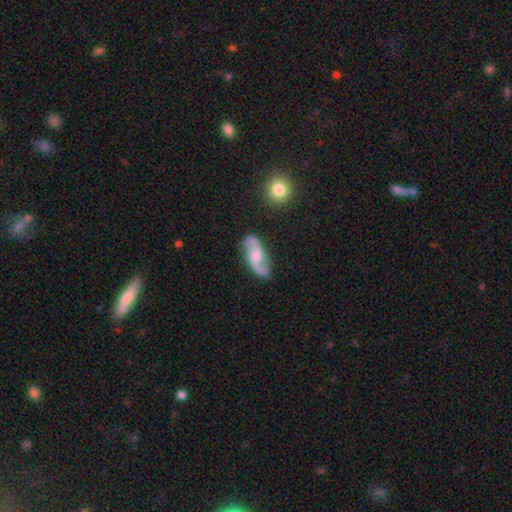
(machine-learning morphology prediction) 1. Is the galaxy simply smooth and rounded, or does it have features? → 84% featured or disk, 12% smooth, 5% star or artifact.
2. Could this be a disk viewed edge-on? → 96% no, 4% yes.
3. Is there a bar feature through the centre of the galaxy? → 50% no, 41% weak, 9% strong.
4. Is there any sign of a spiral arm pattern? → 97% yes, 3% no.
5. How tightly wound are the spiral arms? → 54% loose, 37% medium, 9% tight.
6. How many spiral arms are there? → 94% 2, 2% can't tell, 1% 1, 1% 3, 1% 4, 1% more than 4.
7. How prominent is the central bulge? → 47% moderate, 25% small, 14% none, 12% large, 2% dominant.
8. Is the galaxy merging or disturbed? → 83% none, 11% minor disturbance, 3% major disturbance, 2% merger.